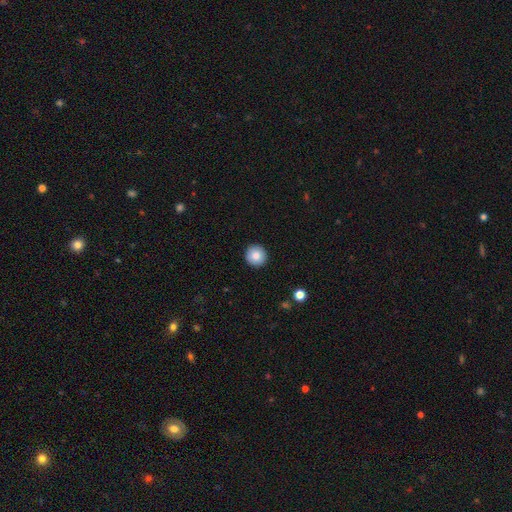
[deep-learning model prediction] Overall: smooth (84%). How rounded: round (96%). Merging: none (93%).